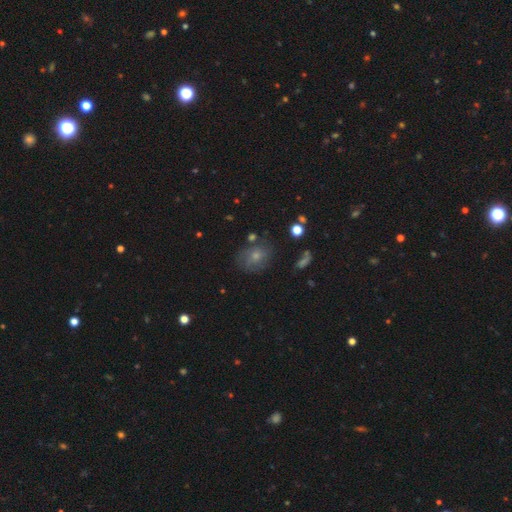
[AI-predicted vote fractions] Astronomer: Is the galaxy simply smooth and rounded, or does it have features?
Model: smooth — 57%.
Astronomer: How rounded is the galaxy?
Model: in between — 53% (runner-up: round, 46%).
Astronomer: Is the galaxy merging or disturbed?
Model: none — 61%.